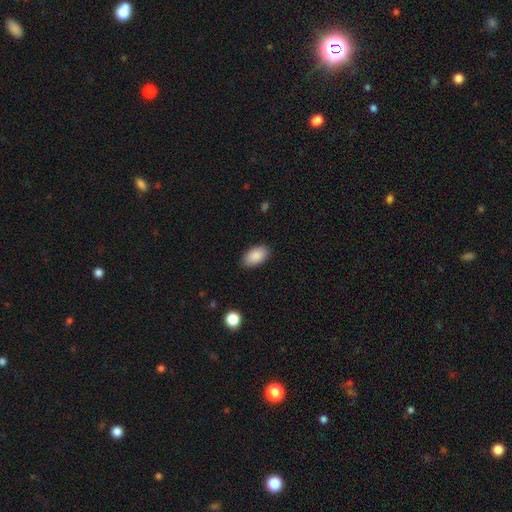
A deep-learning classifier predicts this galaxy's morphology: Q: Smooth or featured?
A: smooth (89%); runner-up: star or artifact (7%)
Q: How rounded?
A: in between (94%); runner-up: round (4%)
Q: Merging?
A: none (86%); runner-up: minor disturbance (11%)